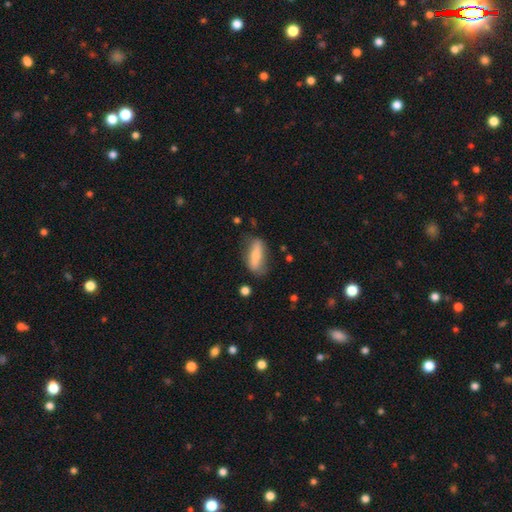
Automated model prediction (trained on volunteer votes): Morphology: type=smooth (63%); roundness=in between (55%); merging=none (69%).